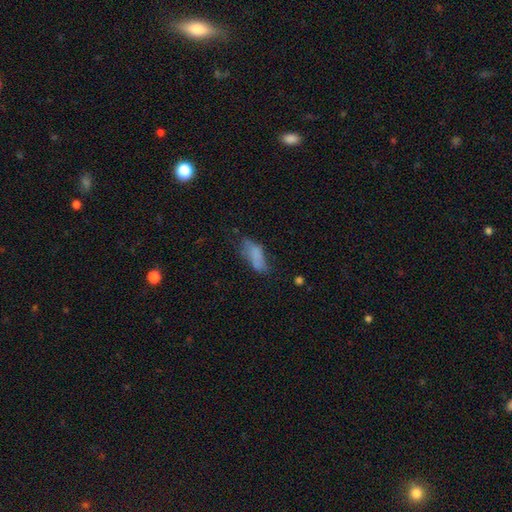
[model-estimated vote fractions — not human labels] Smooth or featured? smooth (70%)
How rounded? in between (75%)
Merging? none (45%)